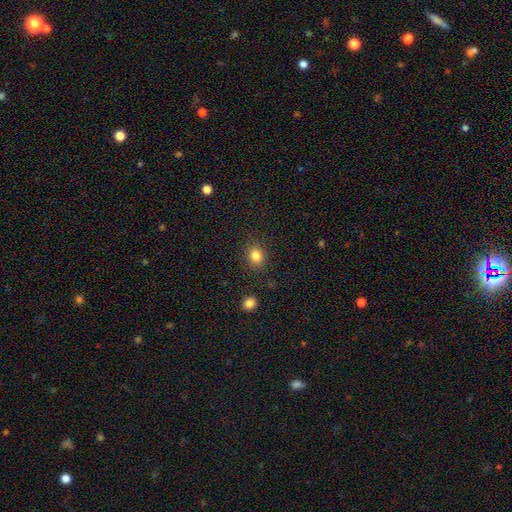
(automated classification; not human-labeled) smooth 83%, star or artifact 12%, featured or disk 6%. Down the decision tree: how rounded — round (66%); merging — none (87%).